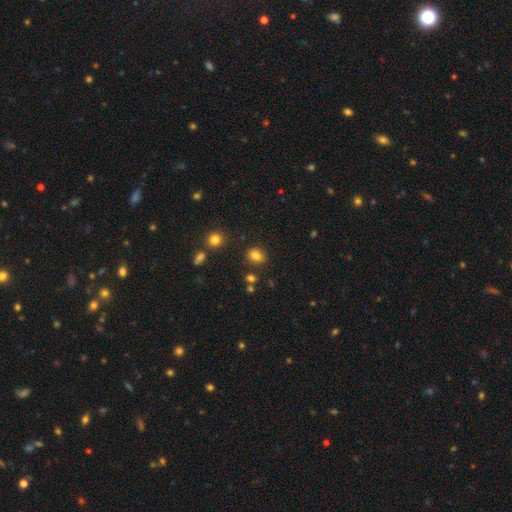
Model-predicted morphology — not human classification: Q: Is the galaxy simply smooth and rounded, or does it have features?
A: smooth — 82%.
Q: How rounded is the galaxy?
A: in between — 59%.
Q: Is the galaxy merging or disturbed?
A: none — 80%.